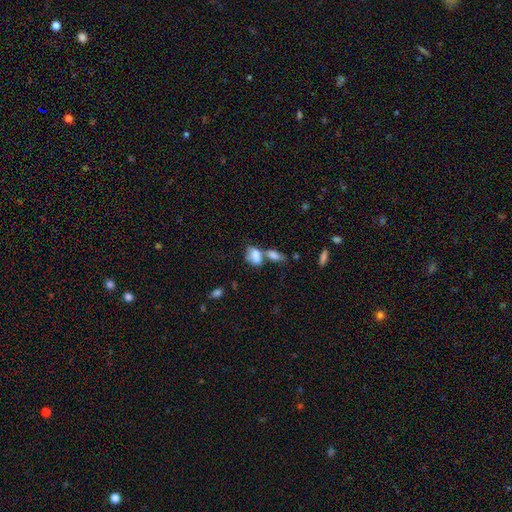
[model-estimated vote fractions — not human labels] Smooth or featured?
  - smooth: 75% *
  - featured or disk: 16%
  - star or artifact: 9%
How rounded?
  - in between: 86% *
  - round: 11%
  - cigar-shaped: 3%
Merging?
  - merger: 58% *
  - none: 24%
  - minor disturbance: 11%
  - major disturbance: 7%